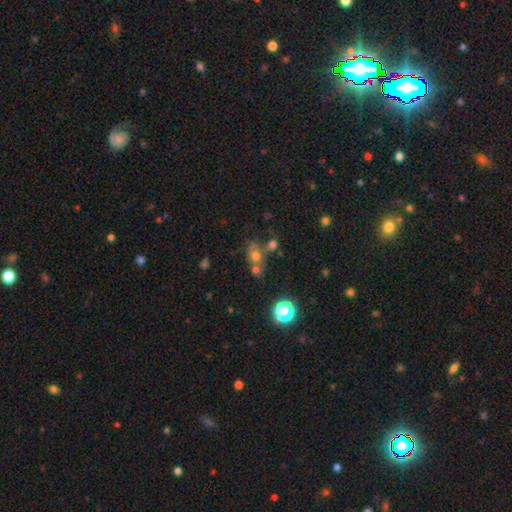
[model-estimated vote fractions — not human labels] The model was most divided on "merging": none: 42%, merger: 39%, minor disturbance: 11%, major disturbance: 7%. More confident: how rounded — round (63%); smooth or featured — smooth (62%).